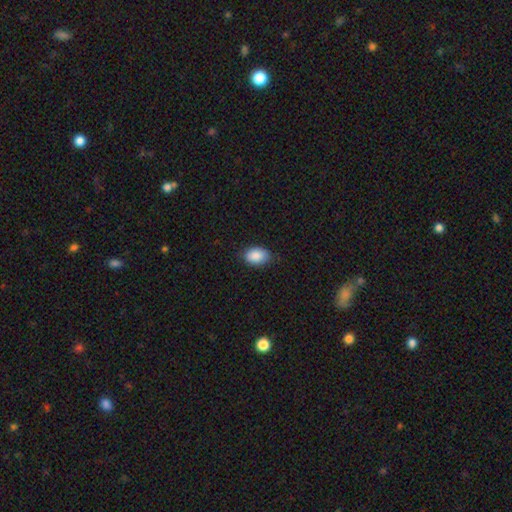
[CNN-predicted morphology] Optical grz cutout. It shows a smooth galaxy with no disk features (89%) that is in between round and cigar-shaped (86%). Merging: none (82%).